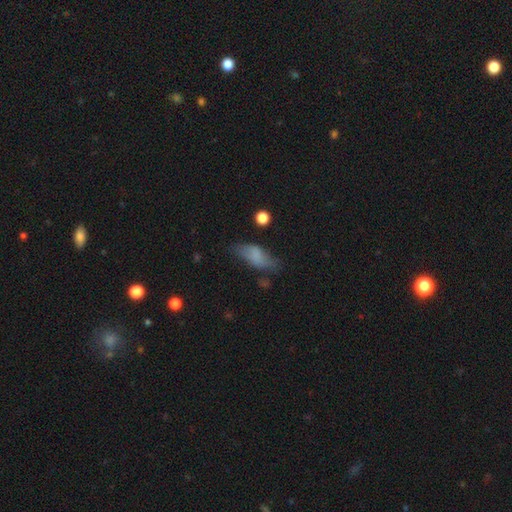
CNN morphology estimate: A smooth galaxy with no disk features (68%) that is in between round and cigar-shaped (78%).

Vote fractions:
- Smooth or featured? smooth: 68% / featured or disk: 22% / star or artifact: 10%
- How rounded? in between: 78% / cigar-shaped: 18% / round: 4%
- Merging? none: 54% / minor disturbance: 29% / major disturbance: 14% / merger: 3%